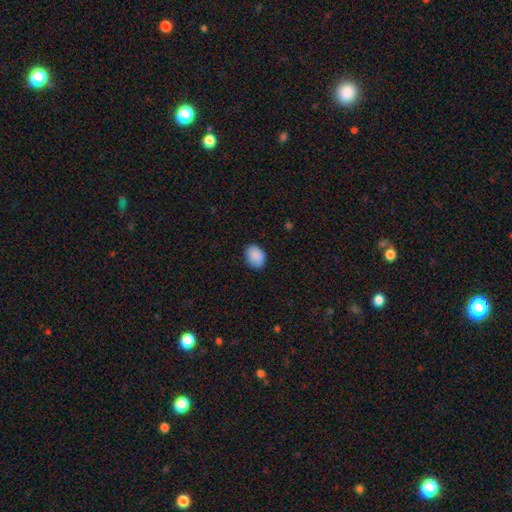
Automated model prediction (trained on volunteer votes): smooth 89%, star or artifact 7%, featured or disk 4%. Down the decision tree: how rounded — in between (63%); merging — none (83%).